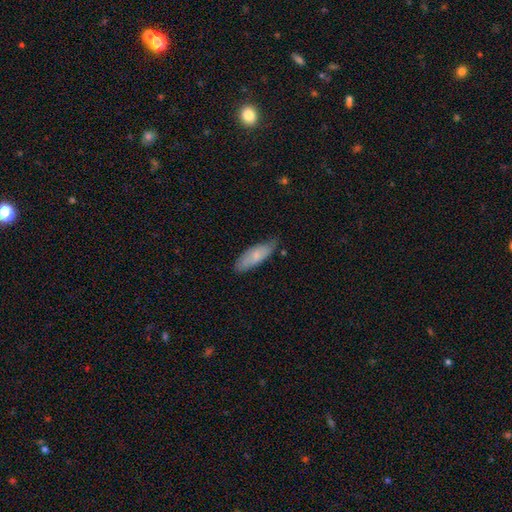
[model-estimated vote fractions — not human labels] This appears to be a smooth galaxy with no disk features (72%) that is in between round and cigar-shaped (63%). Merging: none (69%).